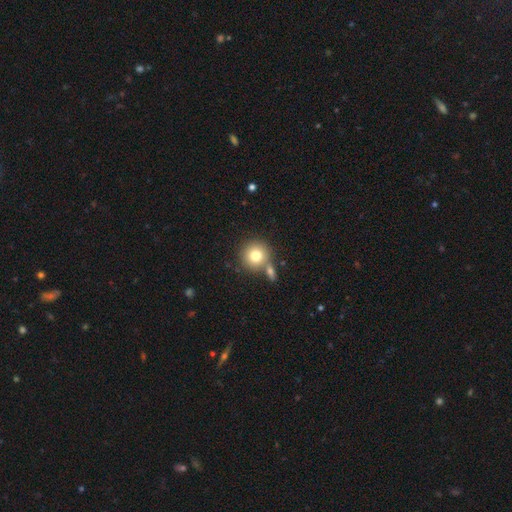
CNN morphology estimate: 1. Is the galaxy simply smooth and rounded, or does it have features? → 78% smooth, 12% featured or disk, 10% star or artifact.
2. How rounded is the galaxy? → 92% round, 7% in between, 1% cigar-shaped.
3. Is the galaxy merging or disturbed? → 66% none, 21% merger, 9% minor disturbance, 3% major disturbance.